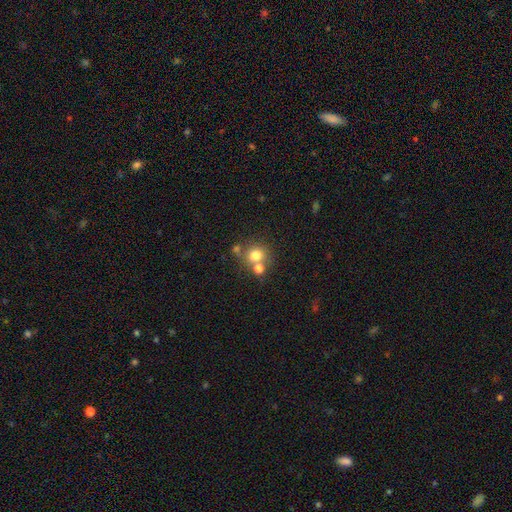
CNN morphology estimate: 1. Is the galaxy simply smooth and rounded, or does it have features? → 75% smooth, 14% star or artifact, 12% featured or disk.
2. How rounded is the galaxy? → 86% round, 13% in between, 1% cigar-shaped.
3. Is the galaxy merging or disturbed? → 55% none, 32% merger, 8% minor disturbance, 4% major disturbance.